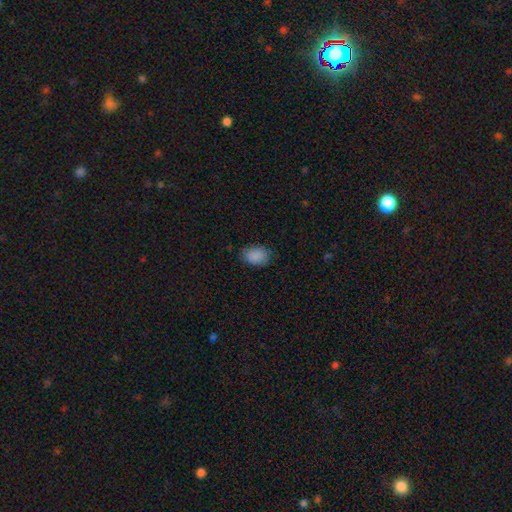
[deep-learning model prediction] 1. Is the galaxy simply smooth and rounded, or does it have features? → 88% smooth, 8% star or artifact, 4% featured or disk.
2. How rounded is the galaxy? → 80% in between, 19% round, 1% cigar-shaped.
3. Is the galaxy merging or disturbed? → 78% none, 17% minor disturbance, 4% major disturbance, 1% merger.